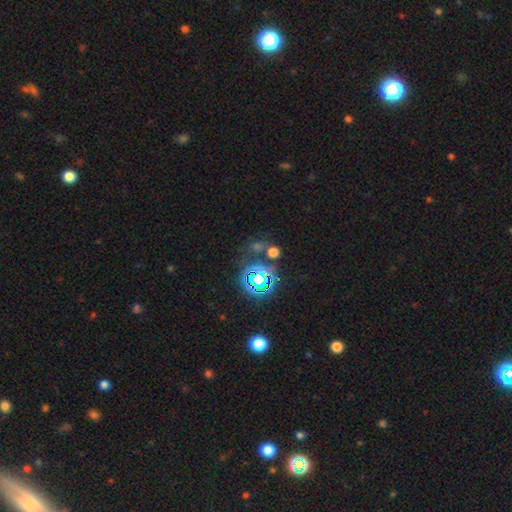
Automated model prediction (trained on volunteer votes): A star or artifact, not a galaxy (66%).

Vote fractions:
- Smooth or featured? star or artifact: 66% / smooth: 22% / featured or disk: 12%